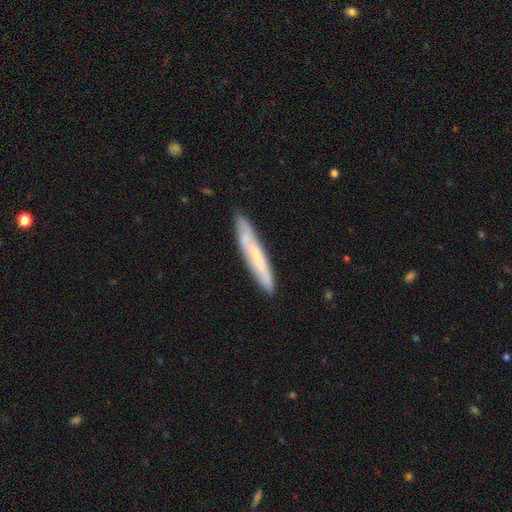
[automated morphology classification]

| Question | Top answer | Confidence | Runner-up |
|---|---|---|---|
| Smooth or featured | smooth | 47% | featured or disk (46%) |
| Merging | none | 84% | minor disturbance (12%) |